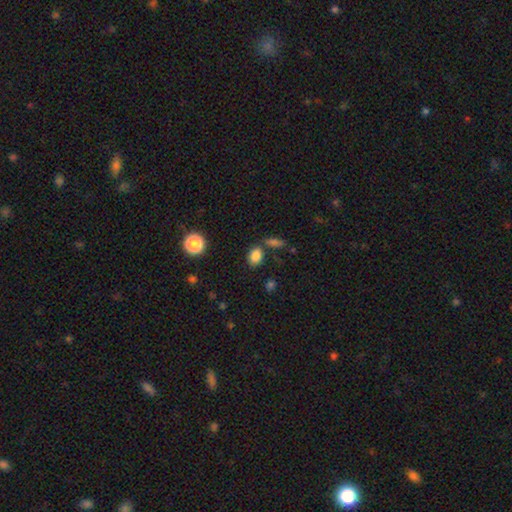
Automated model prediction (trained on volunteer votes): Morphology: type=smooth (84%); roundness=in between (74%); merging=none (70%).